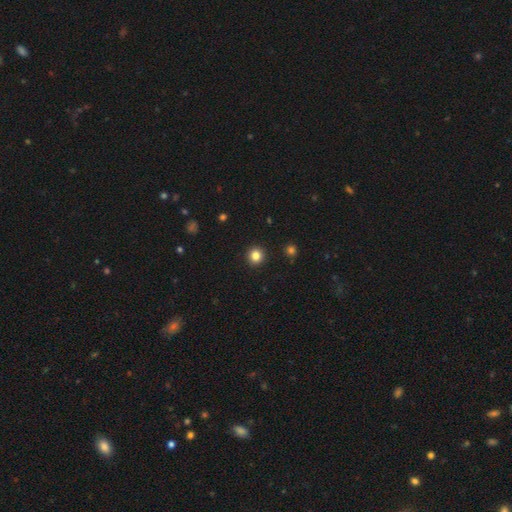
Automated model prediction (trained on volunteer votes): The model was most divided on "smooth or featured": smooth: 84%, star or artifact: 12%, featured or disk: 5%. More confident: how rounded — round (94%); merging — none (93%).